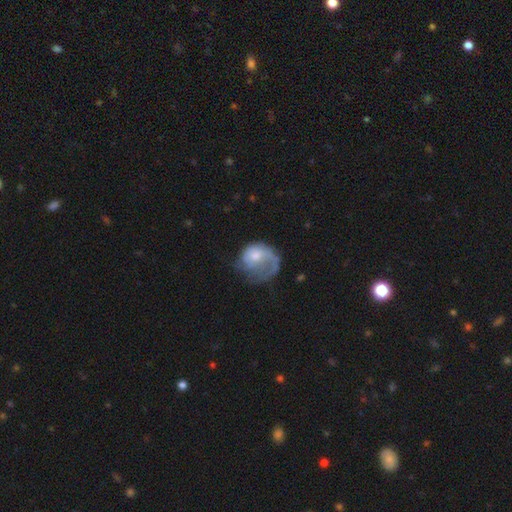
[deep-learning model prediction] featured or disk 49%, smooth 44%, star or artifact 7%. Down the decision tree: merging — major disturbance (50%).